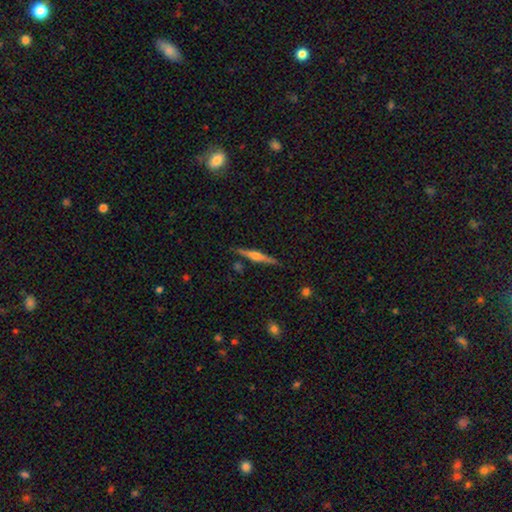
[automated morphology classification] featured or disk 71%, smooth 22%, star or artifact 7%. Down the decision tree: edge-on disk — yes (98%); edge-on bulge — rounded (86%); merging — none (87%).